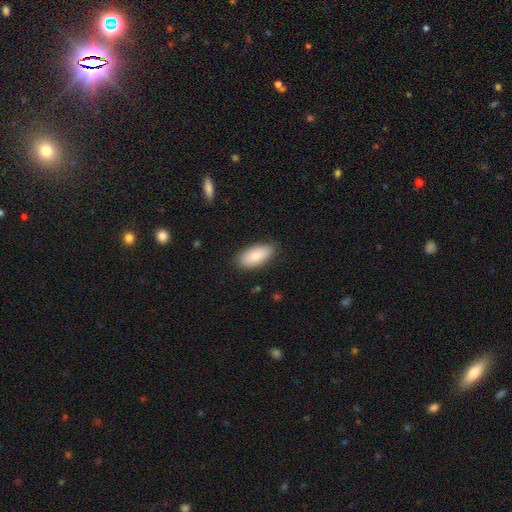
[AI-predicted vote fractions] Q: Smooth or featured?
A: smooth (82%); runner-up: featured or disk (12%)
Q: How rounded?
A: in between (93%); runner-up: cigar-shaped (5%)
Q: Merging?
A: none (84%); runner-up: minor disturbance (13%)